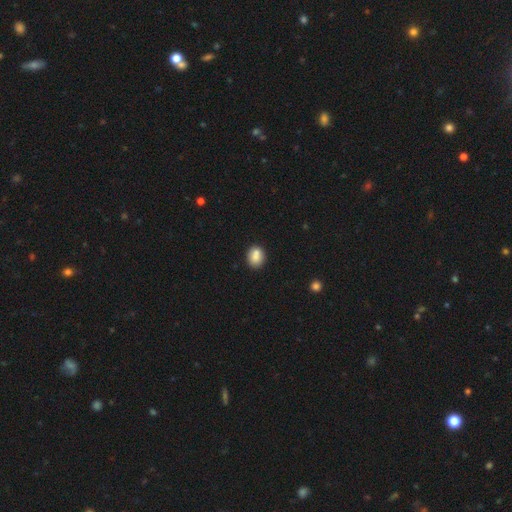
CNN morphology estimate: Smooth or featured? smooth (84%)
How rounded? in between (51%)
Merging? none (75%)